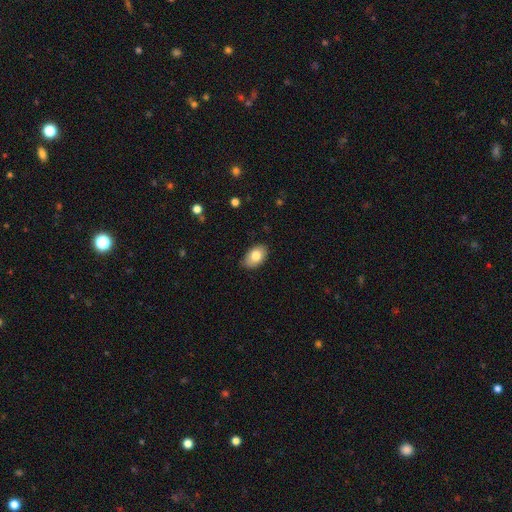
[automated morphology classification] Smooth or featured? Predicted: smooth (p=0.80). How rounded? Predicted: in between (p=0.90). Merging? Predicted: none (p=0.84).